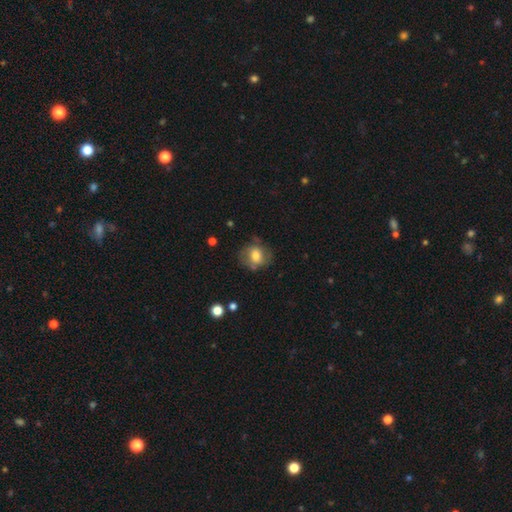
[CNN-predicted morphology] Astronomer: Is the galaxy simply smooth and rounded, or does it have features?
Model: smooth — 65%.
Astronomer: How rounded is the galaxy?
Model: round — 66%.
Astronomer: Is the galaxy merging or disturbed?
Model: none — 62%.